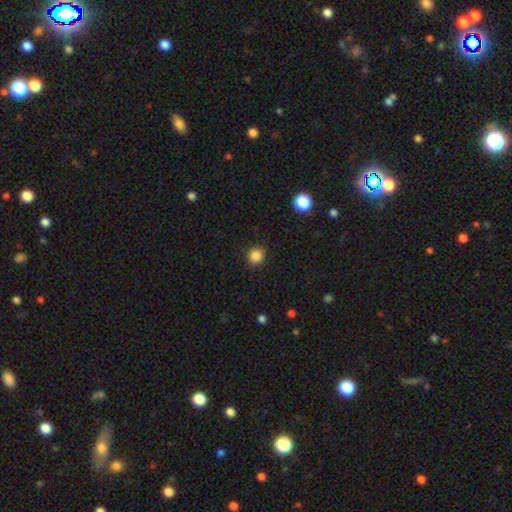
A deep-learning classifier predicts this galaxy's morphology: smooth_or_featured: smooth (p=0.86) [alt: star or artifact p=0.11]
how_rounded: round (p=0.89) [alt: in between p=0.10]
merging: none (p=0.90) [alt: minor disturbance p=0.07]